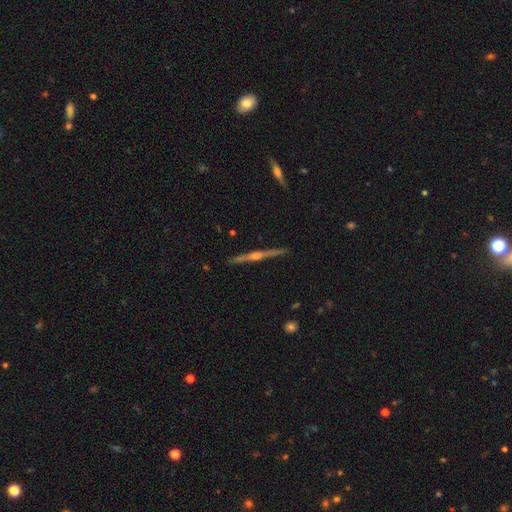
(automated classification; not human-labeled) Q: Smooth or featured?
A: featured or disk (85%); runner-up: smooth (10%)
Q: Edge-on disk?
A: yes (99%); runner-up: no (1%)
Q: Edge-on bulge?
A: rounded (87%); runner-up: boxy (7%)
Q: Merging?
A: none (92%); runner-up: minor disturbance (6%)